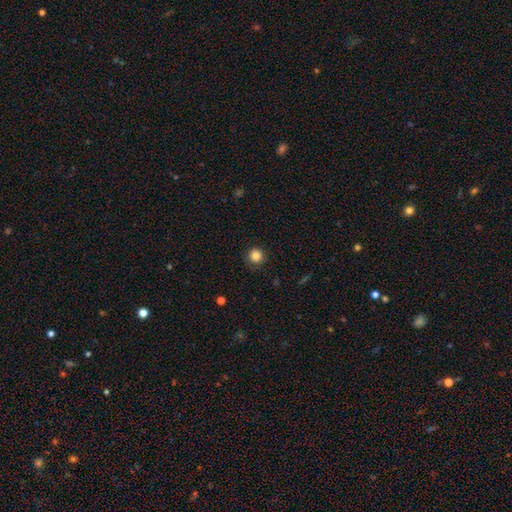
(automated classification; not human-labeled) Overall: smooth (85%). How rounded: round (94%). Merging: none (88%).